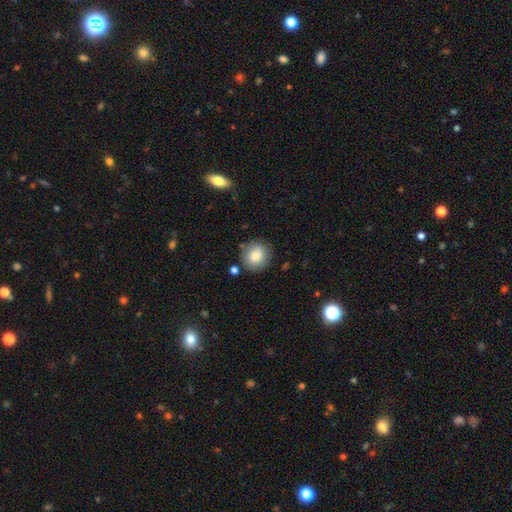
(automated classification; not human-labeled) Smooth or featured: smooth — 84% (featured or disk — 8%)
How rounded: round — 90% (in between — 9%)
Merging: none — 84% (minor disturbance — 10%)